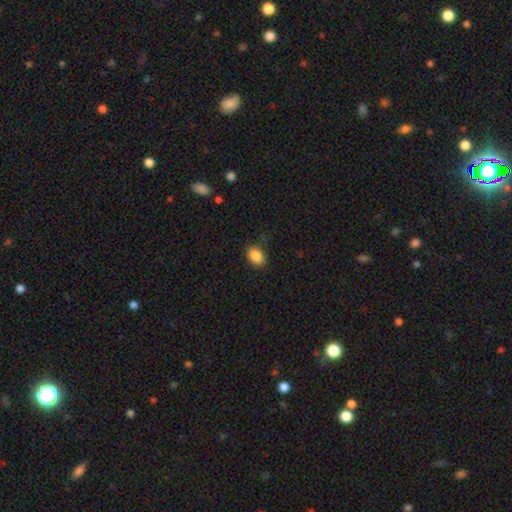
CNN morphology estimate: Smooth or featured? Predicted: smooth (p=0.88). How rounded? Predicted: in between (p=0.78). Merging? Predicted: none (p=0.83).